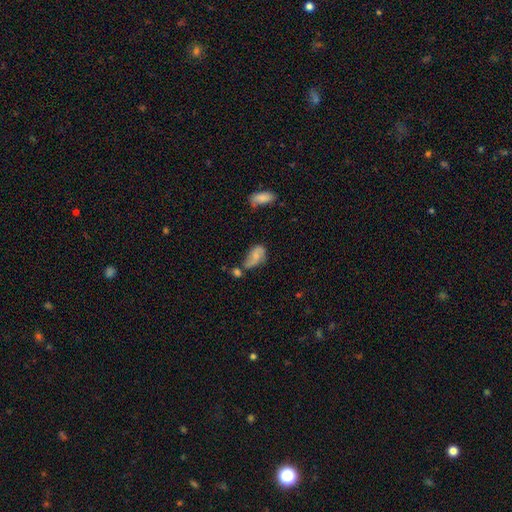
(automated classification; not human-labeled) This is possibly a smooth galaxy (49%). Merging: marginally none (39%).